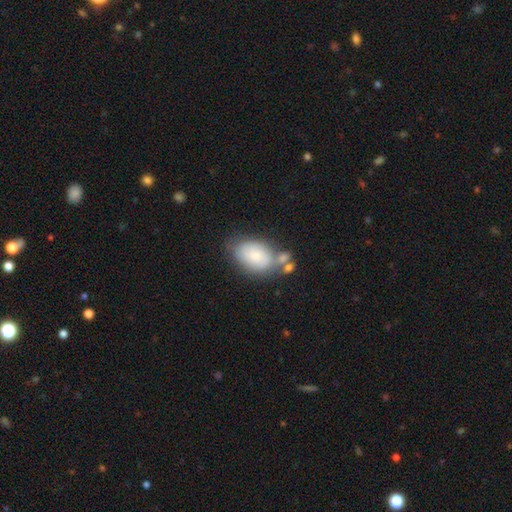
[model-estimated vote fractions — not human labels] A smooth galaxy with no disk features (72%) that is in between round and cigar-shaped (87%). Merging: none (48%).